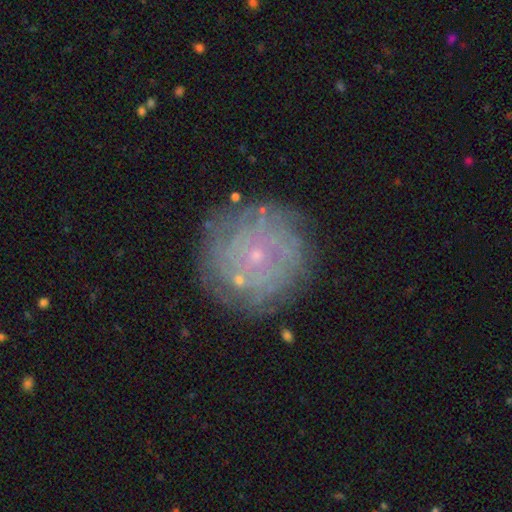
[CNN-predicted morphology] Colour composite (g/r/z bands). It shows a featured or disk galaxy (62%) with no bar (88%), spiral arms (70%) and a small central bulge (88%). Merging: none (82%).